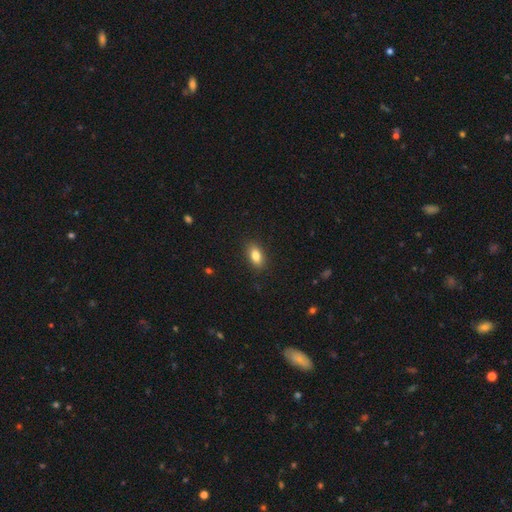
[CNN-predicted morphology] smooth 83%, featured or disk 9%, star or artifact 8%. Down the decision tree: how rounded — in between (88%); merging — none (88%).